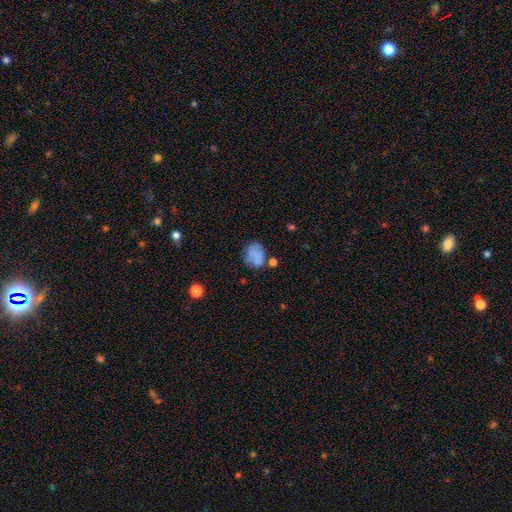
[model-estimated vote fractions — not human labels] Q: Smooth or featured?
A: smooth (69%); runner-up: featured or disk (20%)
Q: How rounded?
A: in between (55%); runner-up: round (43%)
Q: Merging?
A: none (54%); runner-up: minor disturbance (25%)